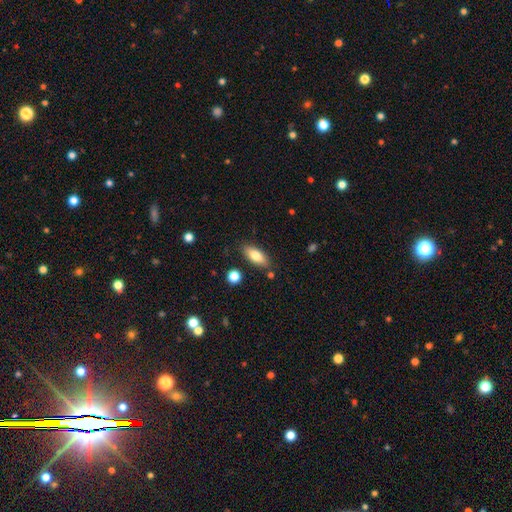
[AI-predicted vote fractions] Smooth or featured? Predicted: smooth (p=0.78). How rounded? Predicted: in between (p=0.78). Merging? Predicted: none (p=0.83).